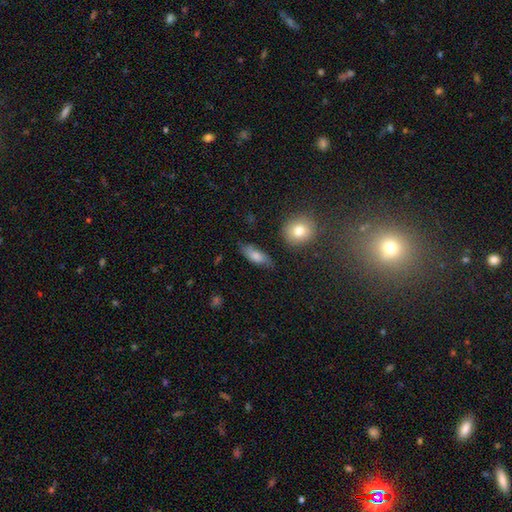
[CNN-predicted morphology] The model was most divided on "smooth or featured": smooth: 71%, featured or disk: 21%, star or artifact: 8%. More confident: how rounded — in between (75%); merging — none (72%).